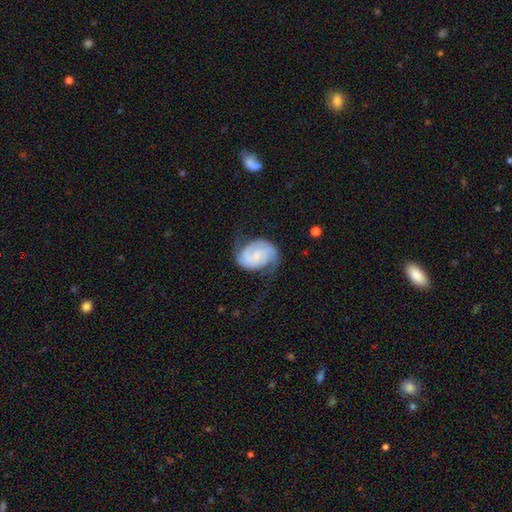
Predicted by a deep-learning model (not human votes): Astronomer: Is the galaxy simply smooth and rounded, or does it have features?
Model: featured or disk — 75%.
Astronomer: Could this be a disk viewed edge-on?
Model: no — 98%.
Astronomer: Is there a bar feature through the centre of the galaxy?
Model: no — 53% (runner-up: weak, 39%).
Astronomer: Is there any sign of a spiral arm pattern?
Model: yes — 95%.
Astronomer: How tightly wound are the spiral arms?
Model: tight — 44% (runner-up: medium, 40%).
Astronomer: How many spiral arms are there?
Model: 2 — 73%.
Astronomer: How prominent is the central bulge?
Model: small — 56%.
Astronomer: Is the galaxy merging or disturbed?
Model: none — 56%.